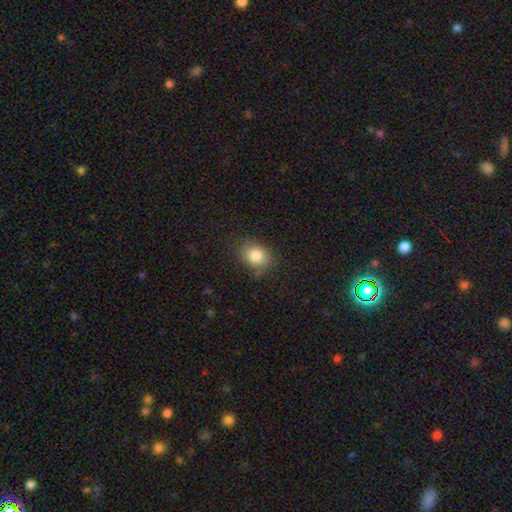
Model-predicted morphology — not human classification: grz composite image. It shows a smooth galaxy with no disk features (83%) that is in between round and cigar-shaped (56%). Merging: none (79%).